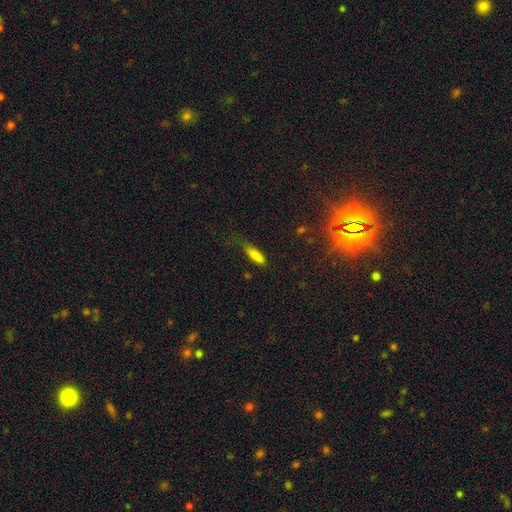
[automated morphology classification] A smooth galaxy with no disk features (82%) that is in between round and cigar-shaped (50%).

Vote fractions:
- Smooth or featured? smooth: 82% / featured or disk: 9% / star or artifact: 9%
- How rounded? in between: 50% / cigar-shaped: 47% / round: 2%
- Merging? none: 57% / minor disturbance: 31% / major disturbance: 10% / merger: 3%